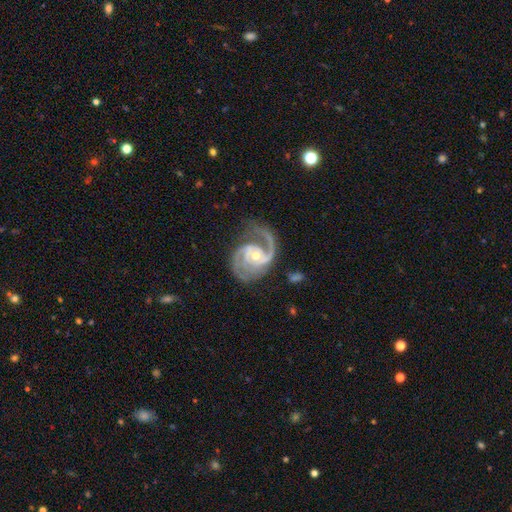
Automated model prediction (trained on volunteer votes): Smooth or featured?
  - featured or disk: 93% *
  - star or artifact: 4%
  - smooth: 3%
Edge-on disk?
  - no: 98% *
  - yes: 2%
Bar?
  - no: 56% *
  - weak: 34%
  - strong: 10%
Spiral arms?
  - yes: 98% *
  - no: 2%
Spiral winding?
  - medium: 49% *
  - tight: 37%
  - loose: 14%
Spiral arm count?
  - 2: 61% *
  - 3: 17%
  - 1: 8%
  - can't tell: 7%
  - 4: 4%
  - more than 4: 4%
Bulge size?
  - moderate: 60% *
  - small: 35%
  - large: 3%
  - none: 1%
  - dominant: 1%
Merging?
  - none: 59% *
  - minor disturbance: 21%
  - major disturbance: 18%
  - merger: 2%